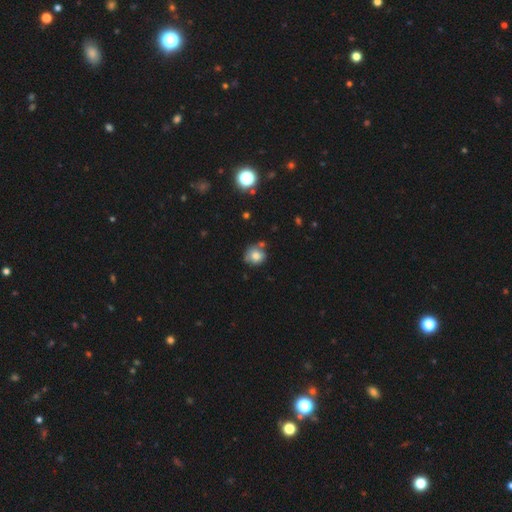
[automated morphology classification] Q: Smooth or featured?
A: smooth (77%); runner-up: featured or disk (13%)
Q: How rounded?
A: round (81%); runner-up: in between (18%)
Q: Merging?
A: none (58%); runner-up: minor disturbance (23%)